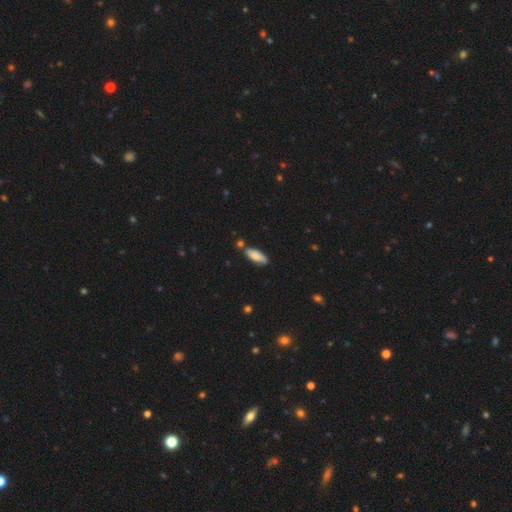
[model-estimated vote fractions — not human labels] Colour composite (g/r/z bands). It shows a smooth galaxy with no disk features (81%) that is in between round and cigar-shaped (71%). Merging: none (77%).